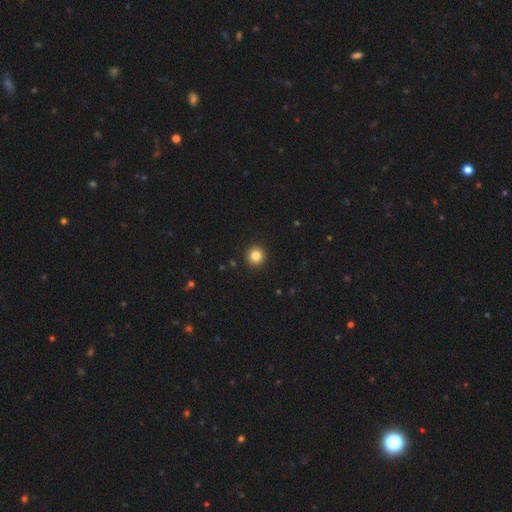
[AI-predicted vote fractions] This is clearly a smooth galaxy (84%). How rounded: clearly round (95%). Merging: clearly none (93%).